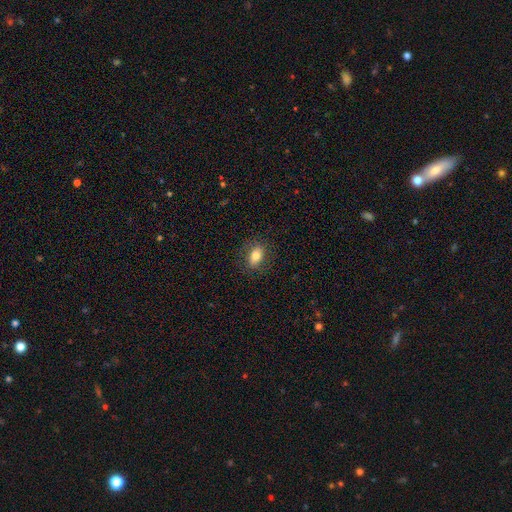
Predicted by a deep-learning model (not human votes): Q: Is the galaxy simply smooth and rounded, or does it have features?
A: smooth — 76%.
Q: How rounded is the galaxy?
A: in between — 80%.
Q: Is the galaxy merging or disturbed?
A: none — 83%.